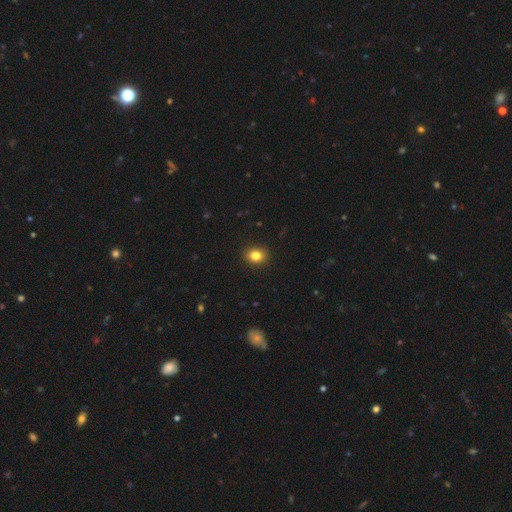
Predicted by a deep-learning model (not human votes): A smooth galaxy with no disk features (84%) that is round (57%). Merging: none (91%).